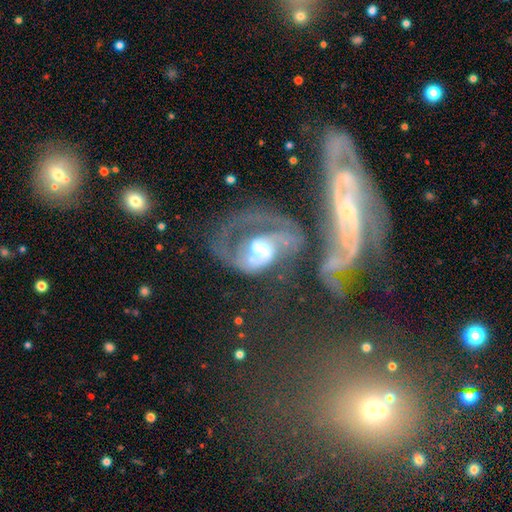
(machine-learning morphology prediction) featured or disk 82%, smooth 10%, star or artifact 8%. Down the decision tree: edge-on disk — no (97%); bar — no (44%); spiral arms — yes (89%); spiral arm count — 2 (55%); spiral winding — medium (47%); bulge size — moderate (64%); merging — merger (39%).